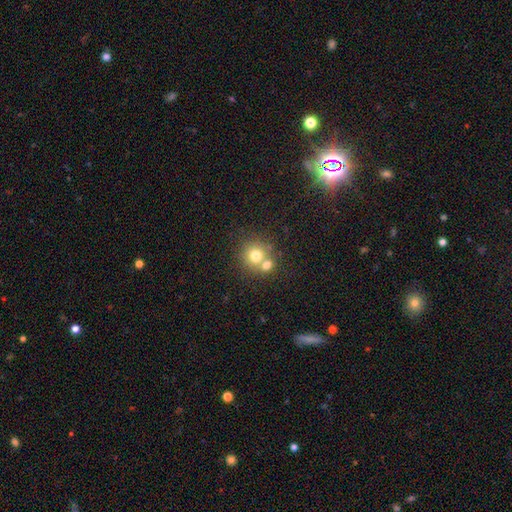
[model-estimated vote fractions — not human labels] smooth-or-featured: smooth: 73% | featured or disk: 14% | star or artifact: 13%
  how-rounded: round: 88% | in between: 11% | cigar-shaped: 1%
  merging: none: 49% | merger: 41% | minor disturbance: 7% | major disturbance: 3%